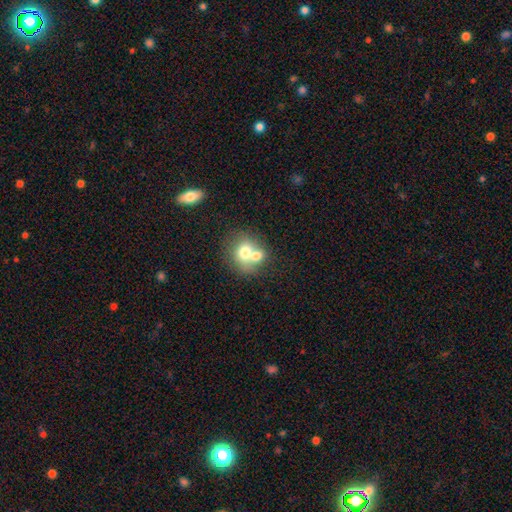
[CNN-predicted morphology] Smooth or featured: smooth — 68% (featured or disk — 22%)
How rounded: round — 71% (in between — 28%)
Merging: merger — 58% (none — 30%)